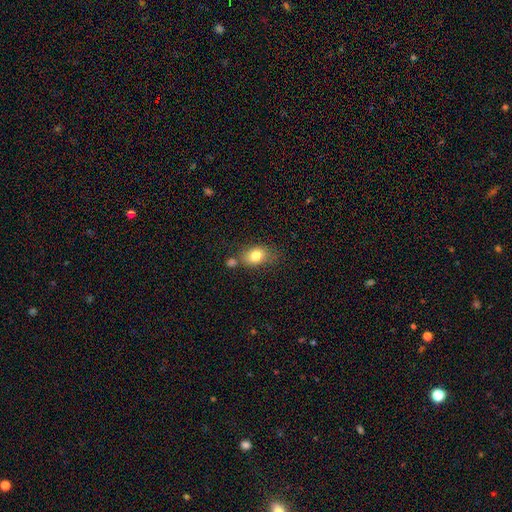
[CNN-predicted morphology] The model was most divided on "merging": none: 57%, merger: 19%, minor disturbance: 18%, major disturbance: 6%. More confident: smooth or featured — smooth (81%); how rounded — in between (72%).